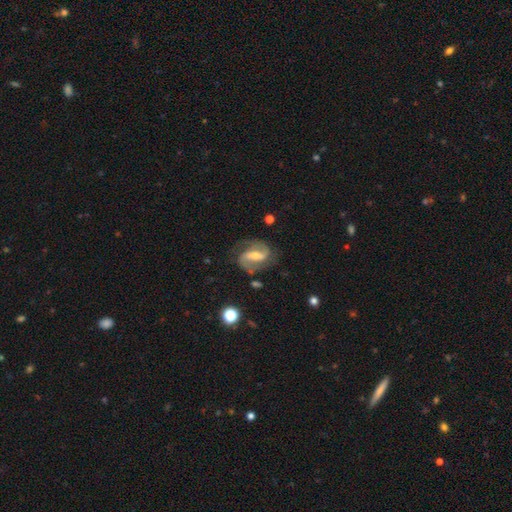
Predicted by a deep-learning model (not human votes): Morphology: type=featured or disk (86%); edge-on=no (96%); bar=strong (53%); spiral arms=yes (95%); winding=medium (52%); arm count=2 (91%); bulge=moderate (50%); merging=none (75%).